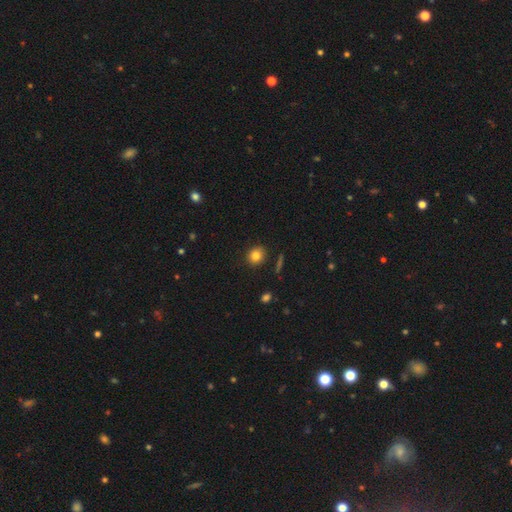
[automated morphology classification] This appears to be a smooth galaxy with no disk features (82%) that is round (83%). Merging: none (88%).